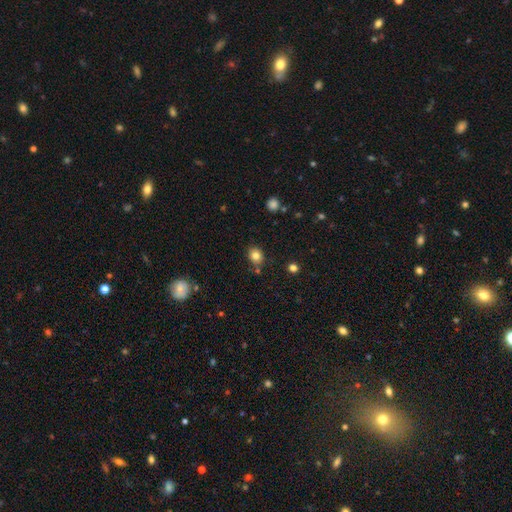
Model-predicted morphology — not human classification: Smooth or featured?
  - smooth: 81% *
  - star or artifact: 12%
  - featured or disk: 7%
How rounded?
  - round: 65% *
  - in between: 34%
  - cigar-shaped: 1%
Merging?
  - none: 79% *
  - minor disturbance: 12%
  - merger: 6%
  - major disturbance: 3%